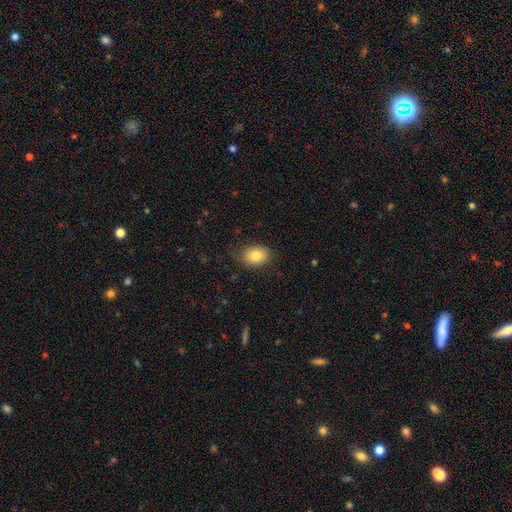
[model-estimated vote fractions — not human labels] Smooth or featured: smooth — 83% (star or artifact — 9%)
How rounded: in between — 63% (round — 36%)
Merging: none — 81% (minor disturbance — 14%)